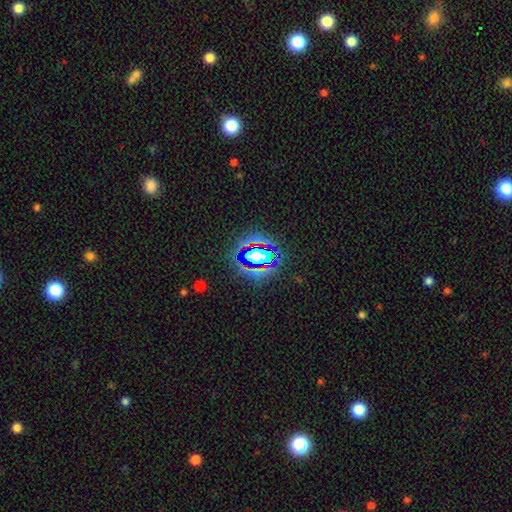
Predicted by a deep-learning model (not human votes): Smooth or featured: star or artifact — 59% (smooth — 27%)